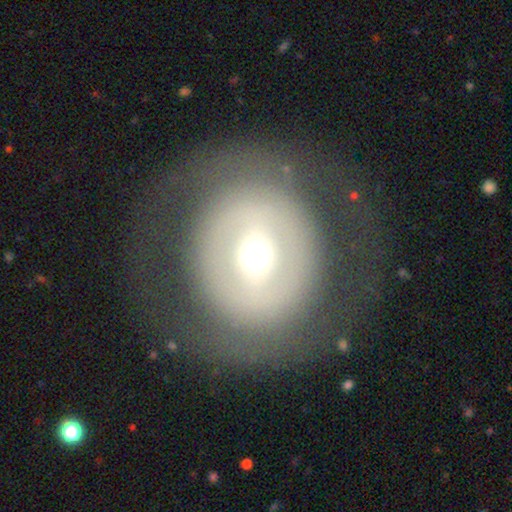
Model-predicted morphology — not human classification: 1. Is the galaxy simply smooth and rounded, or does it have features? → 56% featured or disk, 36% smooth, 8% star or artifact.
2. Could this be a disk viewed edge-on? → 95% no, 5% yes.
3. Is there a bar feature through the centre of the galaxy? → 52% no, 28% weak, 20% strong.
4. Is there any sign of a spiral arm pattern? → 80% no, 20% yes.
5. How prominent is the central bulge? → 55% moderate, 35% small, 7% large, 2% dominant, 1% none.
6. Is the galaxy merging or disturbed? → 78% none, 11% major disturbance, 10% minor disturbance, 1% merger.